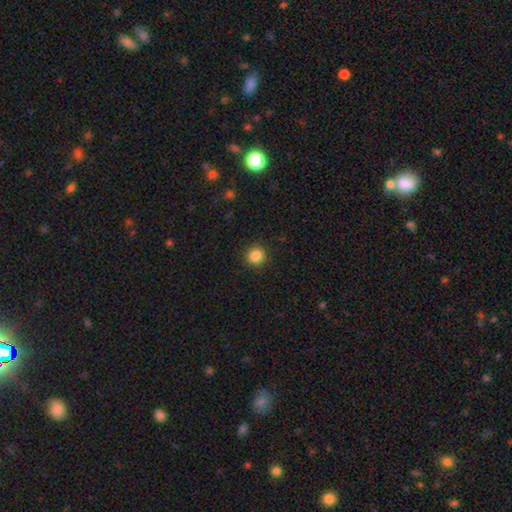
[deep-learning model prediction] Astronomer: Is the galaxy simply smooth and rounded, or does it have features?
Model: smooth — 86%.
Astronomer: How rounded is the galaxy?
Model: round — 84%.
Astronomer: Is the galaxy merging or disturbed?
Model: none — 90%.